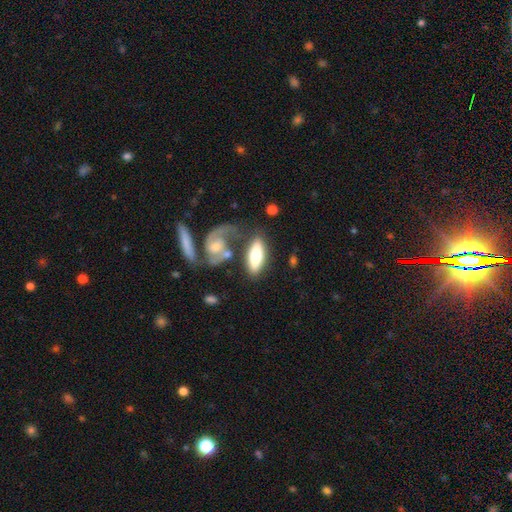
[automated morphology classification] Smooth or featured?
  - smooth: 65% *
  - featured or disk: 29%
  - star or artifact: 6%
How rounded?
  - in between: 72% *
  - cigar-shaped: 25%
  - round: 3%
Merging?
  - none: 50% *
  - merger: 24%
  - minor disturbance: 17%
  - major disturbance: 9%